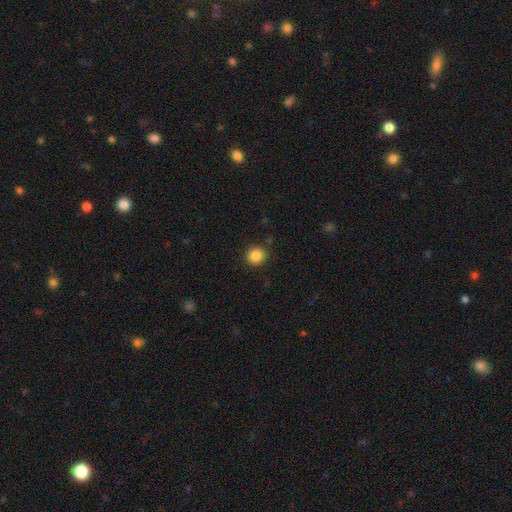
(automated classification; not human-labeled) Smooth or featured? Predicted: smooth (p=0.86). How rounded? Predicted: round (p=0.92). Merging? Predicted: none (p=0.89).